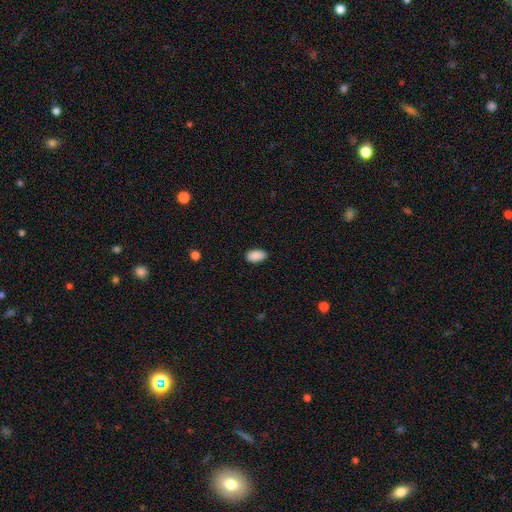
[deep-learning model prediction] smooth 90%, star or artifact 8%, featured or disk 3%. Down the decision tree: how rounded — in between (94%); merging — none (85%).